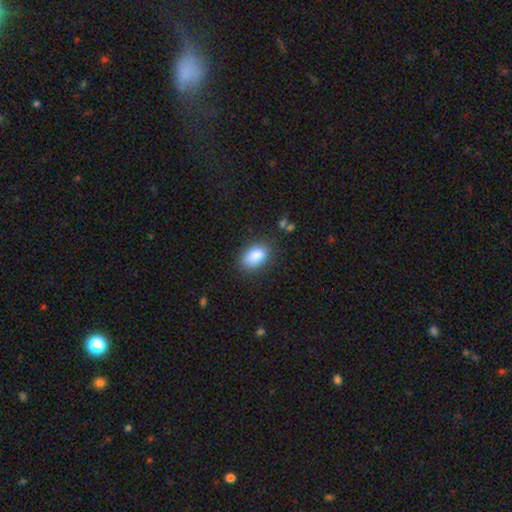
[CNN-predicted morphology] Smooth or featured? Predicted: smooth (p=0.88). How rounded? Predicted: in between (p=0.91). Merging? Predicted: none (p=0.83).